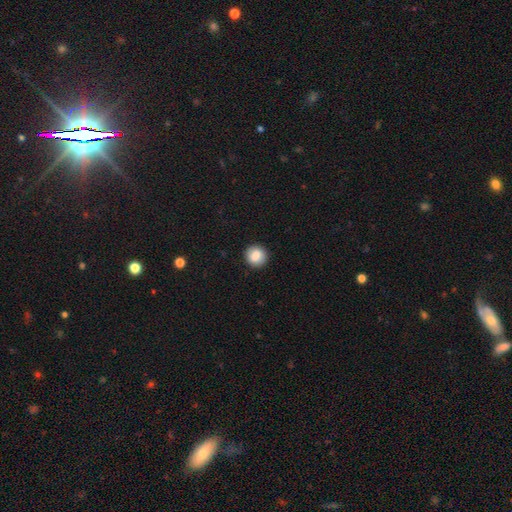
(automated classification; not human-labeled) The model was most divided on "smooth or featured": smooth: 85%, star or artifact: 8%, featured or disk: 7%. More confident: how rounded — round (91%); merging — none (90%).